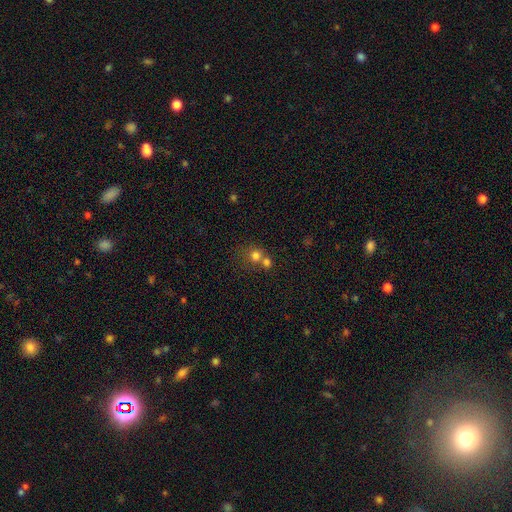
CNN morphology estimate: Overall: smooth (75%). How rounded: round (83%). Merging: merger (49%; none 41%).